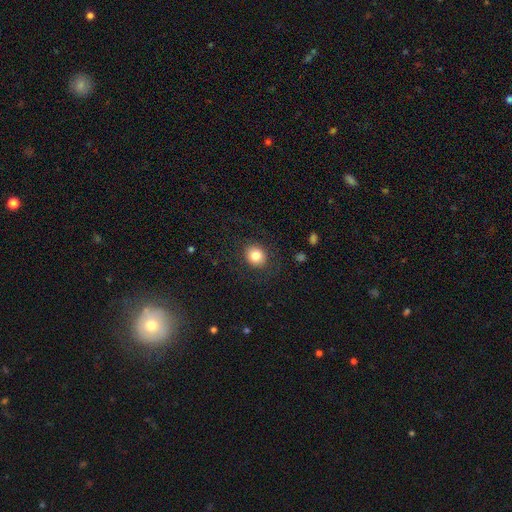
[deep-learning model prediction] Smooth or featured? smooth (83%)
How rounded? round (74%)
Merging? none (86%)